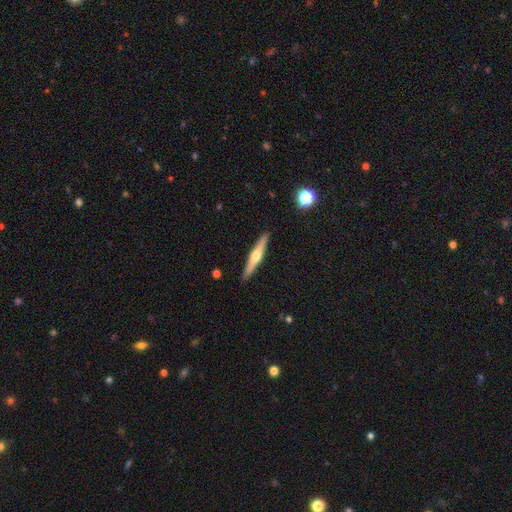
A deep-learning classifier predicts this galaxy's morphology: Smooth or featured? featured or disk (60%)
Edge-on disk? yes (96%)
Edge-on bulge? rounded (89%)
Merging? none (91%)